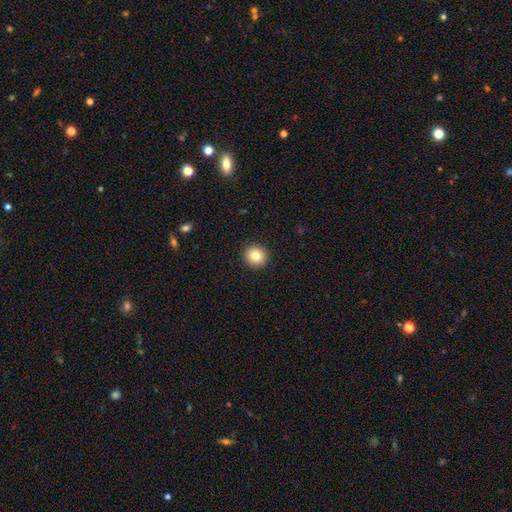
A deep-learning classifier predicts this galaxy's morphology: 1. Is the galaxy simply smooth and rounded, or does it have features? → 81% smooth, 10% star or artifact, 9% featured or disk.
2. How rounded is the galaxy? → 91% round, 8% in between, 1% cigar-shaped.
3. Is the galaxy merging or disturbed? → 92% none, 5% minor disturbance, 2% major disturbance, 1% merger.